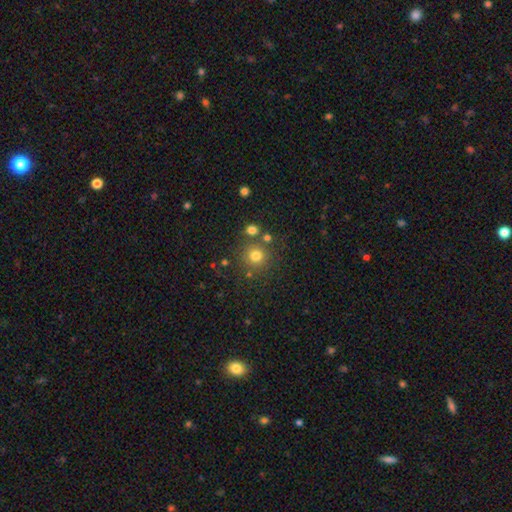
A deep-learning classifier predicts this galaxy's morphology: A smooth galaxy with no disk features (77%) that is round (93%).

Vote fractions:
- Smooth or featured? smooth: 77% / star or artifact: 16% / featured or disk: 8%
- How rounded? round: 93% / in between: 6% / cigar-shaped: 1%
- Merging? none: 78% / merger: 10% / minor disturbance: 9% / major disturbance: 4%